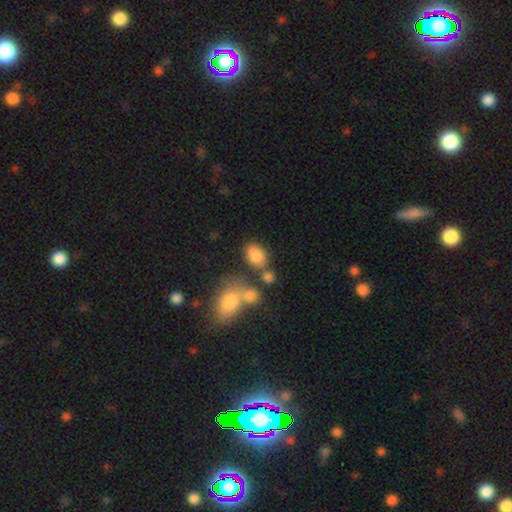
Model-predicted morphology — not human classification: smooth 82%, star or artifact 10%, featured or disk 8%. Down the decision tree: how rounded — in between (82%); merging — none (54%).